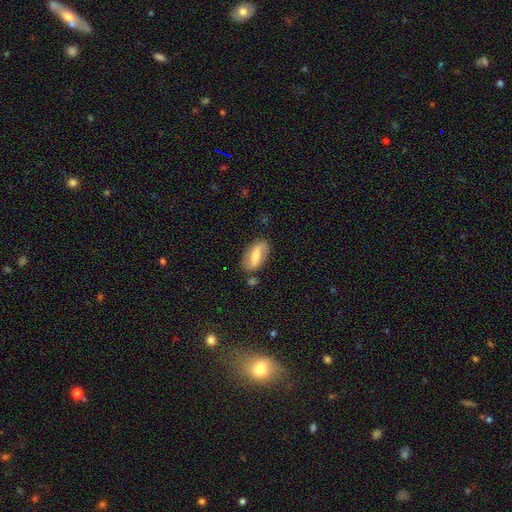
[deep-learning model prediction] Smooth or featured: smooth — 53% (featured or disk — 40%)
How rounded: in between — 87% (cigar-shaped — 9%)
Merging: none — 73% (minor disturbance — 17%)